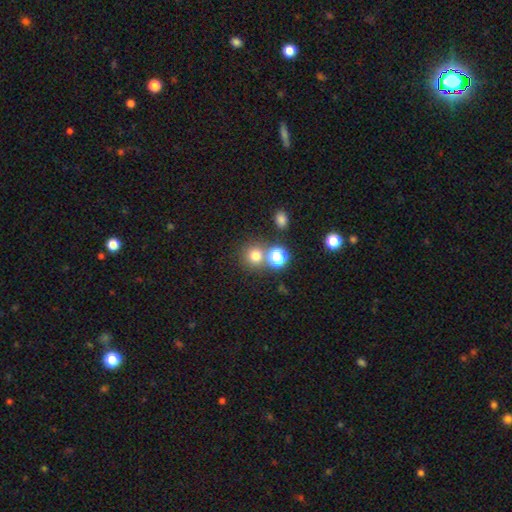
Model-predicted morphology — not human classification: Smooth or featured?
  - smooth: 73% *
  - star or artifact: 19%
  - featured or disk: 8%
How rounded?
  - round: 90% *
  - in between: 9%
  - cigar-shaped: 1%
Merging?
  - none: 70% *
  - merger: 18%
  - minor disturbance: 8%
  - major disturbance: 4%